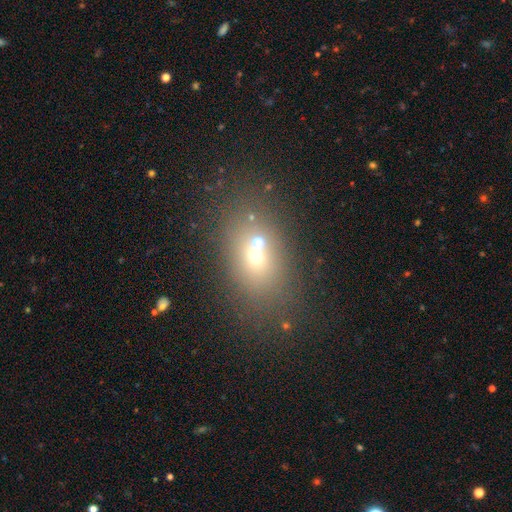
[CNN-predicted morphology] A smooth galaxy with no disk features (54%) that is in between round and cigar-shaped (63%). Merging: none (52%).